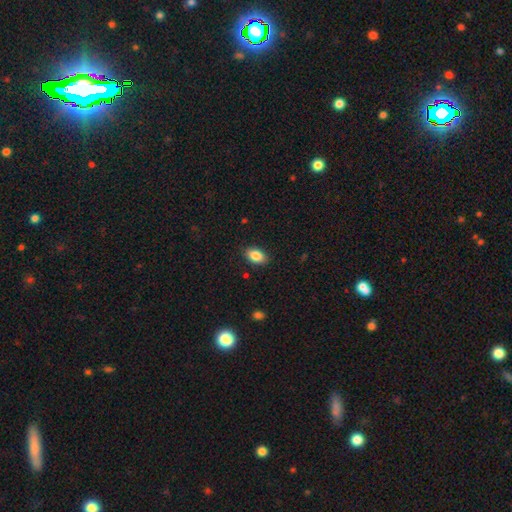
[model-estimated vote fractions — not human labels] Smooth or featured?
  - smooth: 86% *
  - star or artifact: 8%
  - featured or disk: 7%
How rounded?
  - in between: 89% *
  - round: 9%
  - cigar-shaped: 2%
Merging?
  - none: 87% *
  - minor disturbance: 10%
  - major disturbance: 2%
  - merger: 1%